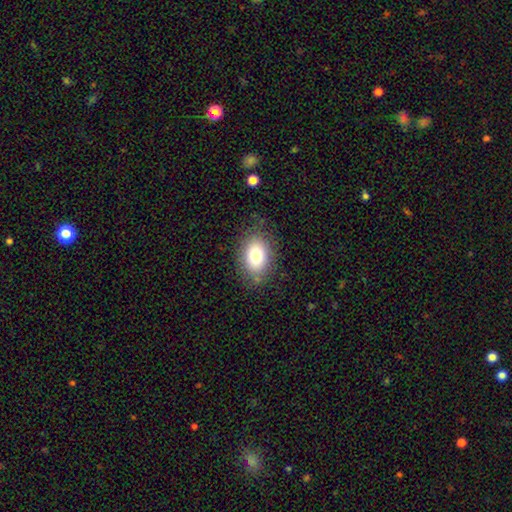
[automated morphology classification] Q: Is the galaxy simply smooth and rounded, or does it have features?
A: smooth — 81%.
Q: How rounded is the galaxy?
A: in between — 84%.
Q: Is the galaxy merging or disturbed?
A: none — 78%.